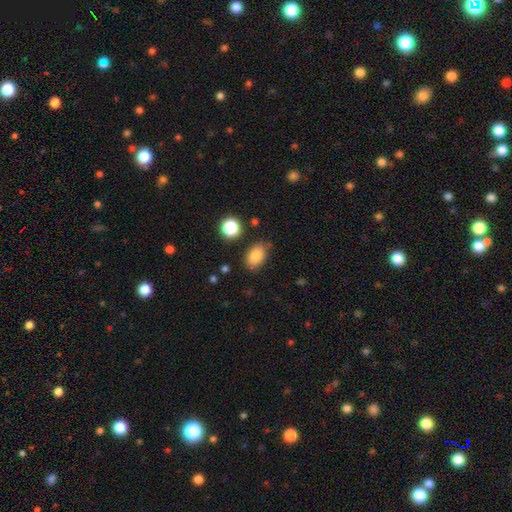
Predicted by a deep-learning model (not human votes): Q: Smooth or featured?
A: smooth (85%); runner-up: star or artifact (9%)
Q: How rounded?
A: in between (85%); runner-up: round (14%)
Q: Merging?
A: none (75%); runner-up: minor disturbance (18%)